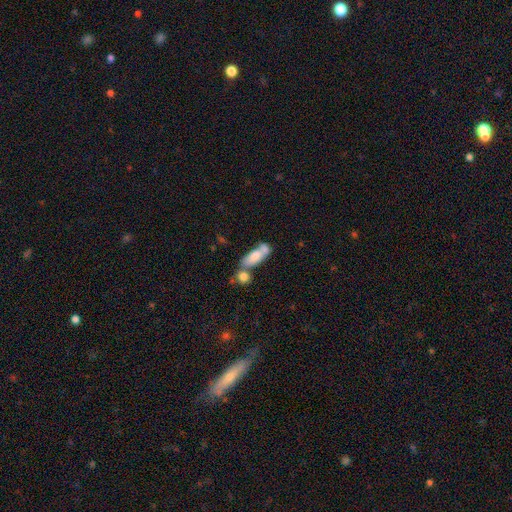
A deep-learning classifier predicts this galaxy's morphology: A smooth galaxy with no disk features (74%) that is in between round and cigar-shaped (76%).

Vote fractions:
- Smooth or featured? smooth: 74% / featured or disk: 18% / star or artifact: 8%
- How rounded? in between: 76% / cigar-shaped: 18% / round: 6%
- Merging? merger: 52% / none: 29% / minor disturbance: 12% / major disturbance: 7%